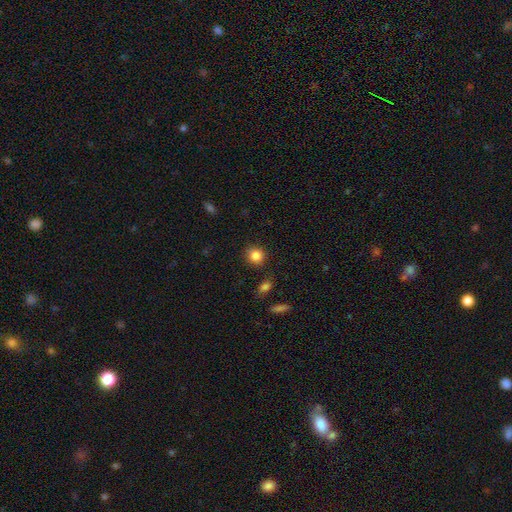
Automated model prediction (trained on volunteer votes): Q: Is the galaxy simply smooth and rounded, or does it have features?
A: smooth — 85%.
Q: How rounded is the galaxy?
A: round — 85%.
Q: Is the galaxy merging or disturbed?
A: none — 88%.